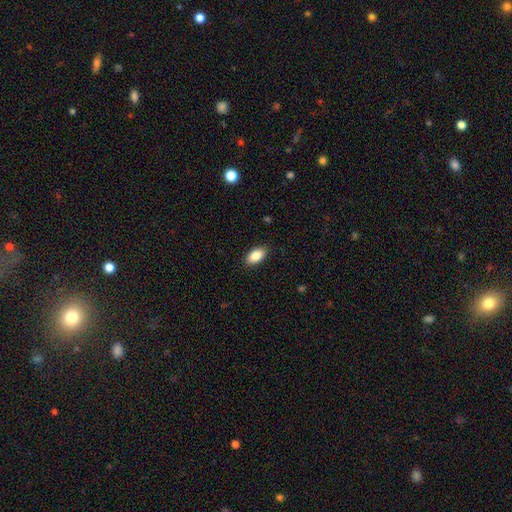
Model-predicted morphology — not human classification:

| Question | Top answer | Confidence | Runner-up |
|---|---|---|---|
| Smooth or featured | smooth | 88% | star or artifact (7%) |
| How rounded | in between | 93% | round (4%) |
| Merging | none | 87% | minor disturbance (9%) |